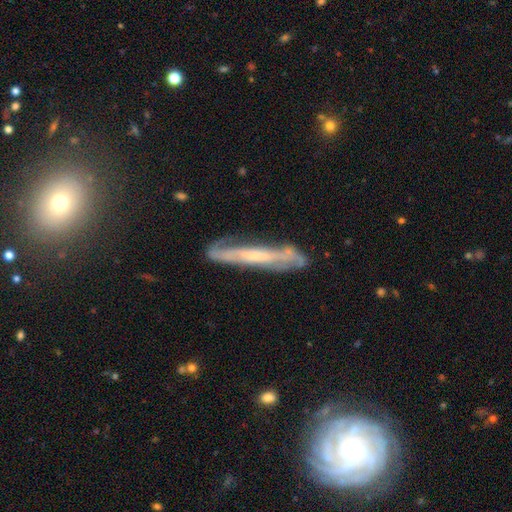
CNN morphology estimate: Q: Smooth or featured?
A: featured or disk (72%); runner-up: smooth (21%)
Q: Edge-on disk?
A: yes (60%); runner-up: no (40%)
Q: Merging?
A: none (69%); runner-up: minor disturbance (21%)